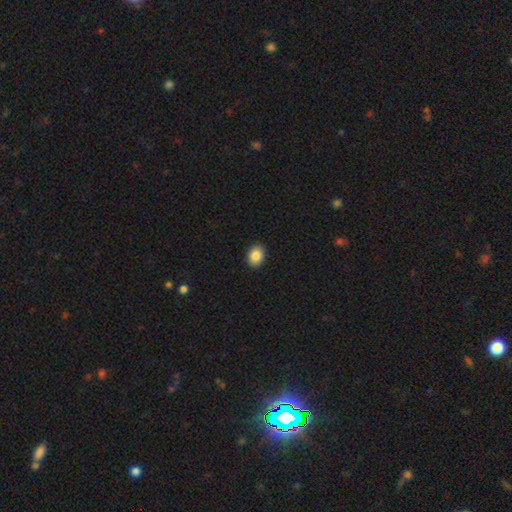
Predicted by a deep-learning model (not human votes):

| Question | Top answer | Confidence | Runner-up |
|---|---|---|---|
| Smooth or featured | smooth | 87% | star or artifact (8%) |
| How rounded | in between | 67% | round (32%) |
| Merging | none | 91% | minor disturbance (7%) |